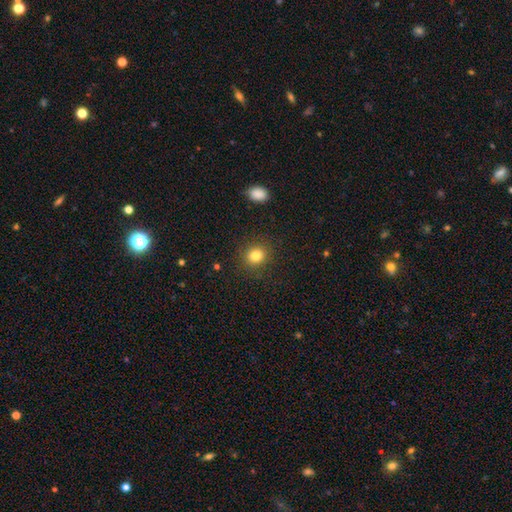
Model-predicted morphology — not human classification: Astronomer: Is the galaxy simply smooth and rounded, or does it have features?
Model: smooth — 83%.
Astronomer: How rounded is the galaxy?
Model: round — 79%.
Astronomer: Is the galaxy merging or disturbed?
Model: none — 88%.